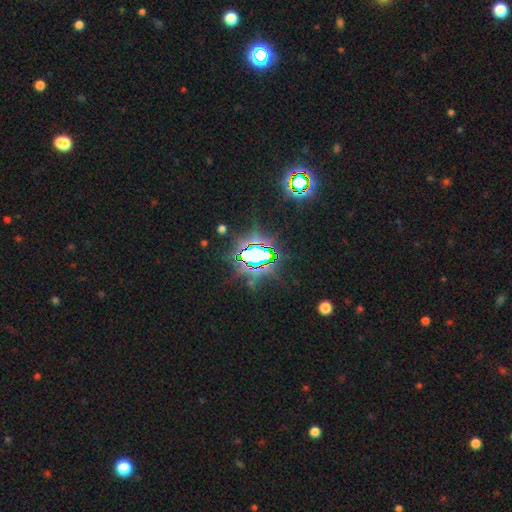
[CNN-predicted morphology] Q: Smooth or featured?
A: star or artifact (79%); runner-up: smooth (12%)